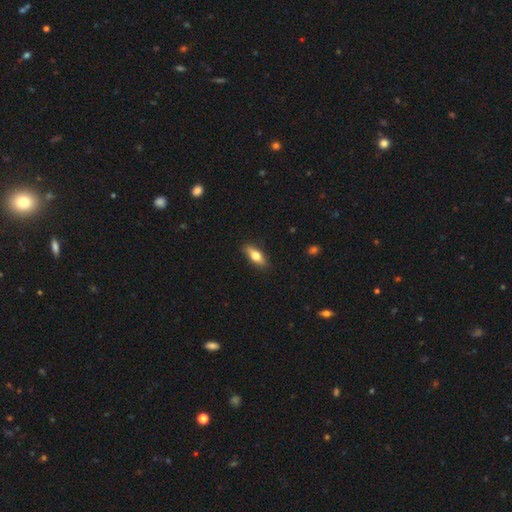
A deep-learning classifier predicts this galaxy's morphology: Overall: smooth (68%). How rounded: in between (67%; cigar-shaped 30%). Merging: none (86%).